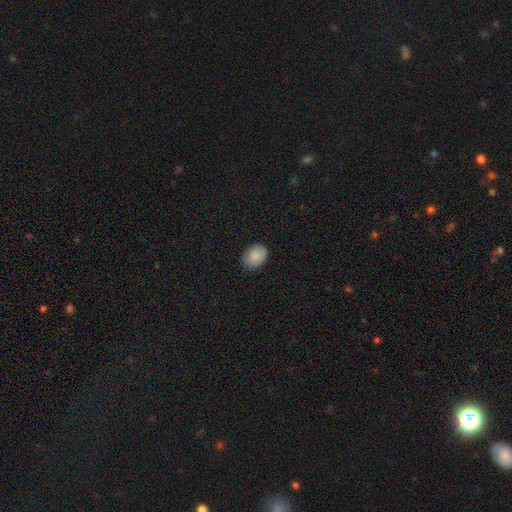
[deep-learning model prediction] Smooth or featured? Predicted: smooth (p=0.86). How rounded? Predicted: in between (p=0.65). Merging? Predicted: none (p=0.79).